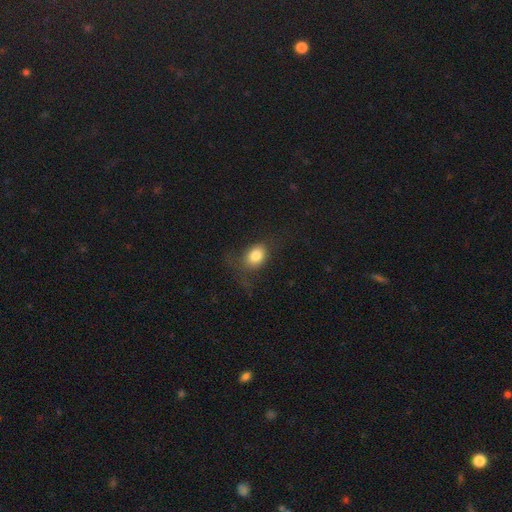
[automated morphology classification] The model was most divided on "how rounded": in between: 64%, round: 34%, cigar-shaped: 1%. More confident: smooth or featured — smooth (80%); merging — none (60%).